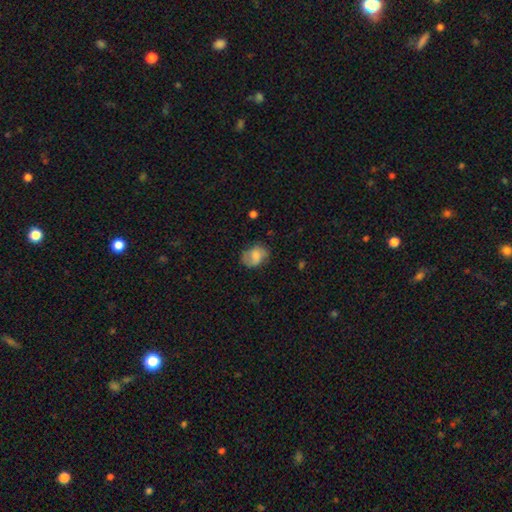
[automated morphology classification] Smooth or featured: smooth — 64% (featured or disk — 28%)
How rounded: in between — 64% (round — 35%)
Merging: none — 62% (minor disturbance — 25%)